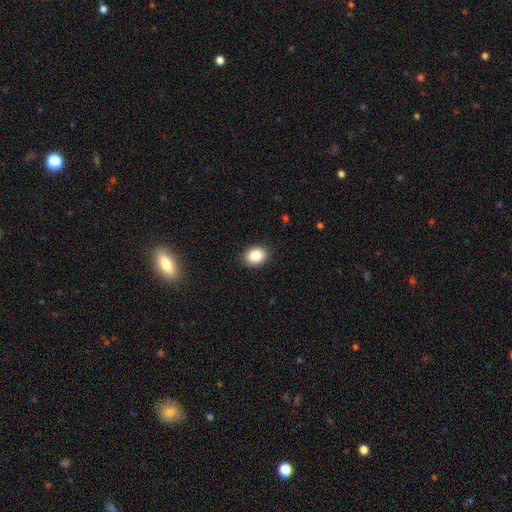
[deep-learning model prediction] Smooth or featured?
  - smooth: 87% *
  - star or artifact: 8%
  - featured or disk: 4%
How rounded?
  - in between: 65% *
  - round: 34%
  - cigar-shaped: 1%
Merging?
  - none: 88% *
  - minor disturbance: 9%
  - major disturbance: 2%
  - merger: 1%